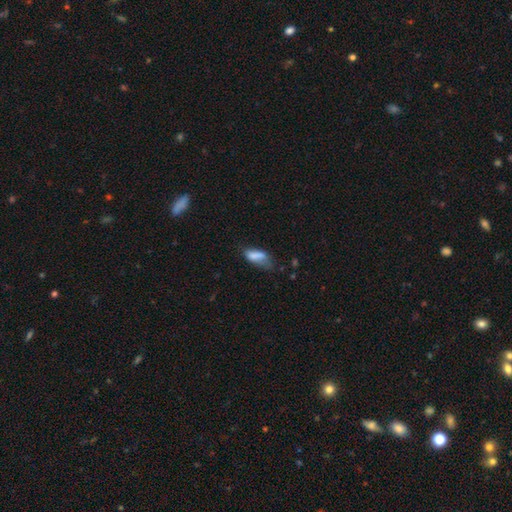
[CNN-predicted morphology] Smooth or featured? smooth (75%)
How rounded? in between (81%)
Merging? minor disturbance (37%)